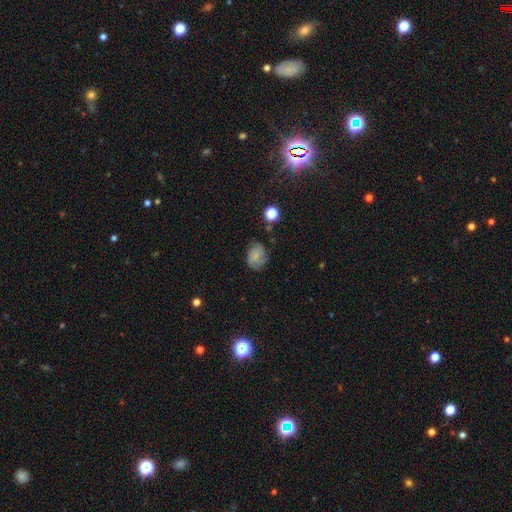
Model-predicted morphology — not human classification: smooth_or_featured: featured or disk (p=0.46) [alt: smooth p=0.43]
merging: none (p=0.65) [alt: minor disturbance p=0.23]